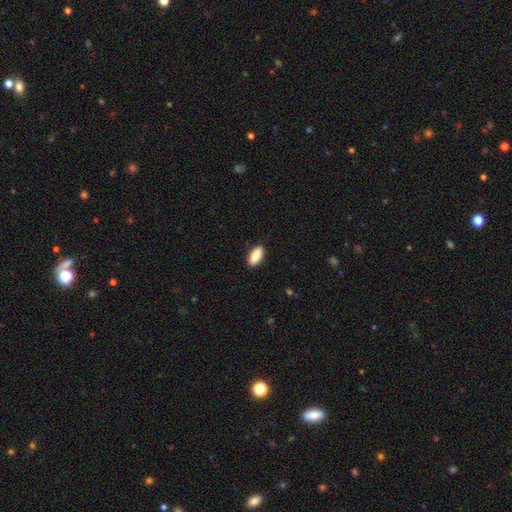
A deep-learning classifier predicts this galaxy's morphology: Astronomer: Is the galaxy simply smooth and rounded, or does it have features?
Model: smooth — 87%.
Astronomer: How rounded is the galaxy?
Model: in between — 85%.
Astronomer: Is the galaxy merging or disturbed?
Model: none — 88%.